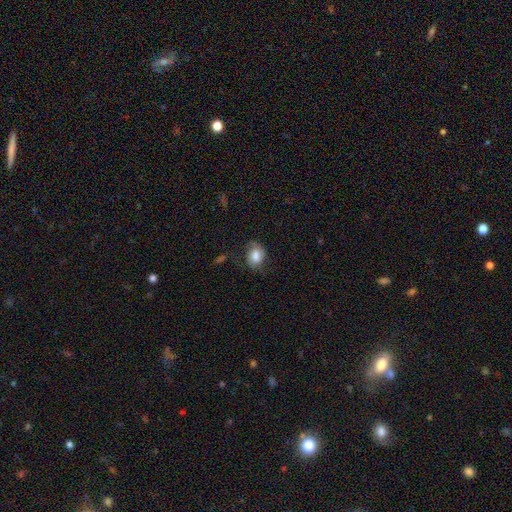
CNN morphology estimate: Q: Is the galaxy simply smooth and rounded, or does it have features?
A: smooth — 75%.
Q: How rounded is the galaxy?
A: in between — 63%.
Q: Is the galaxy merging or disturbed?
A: none — 58%.